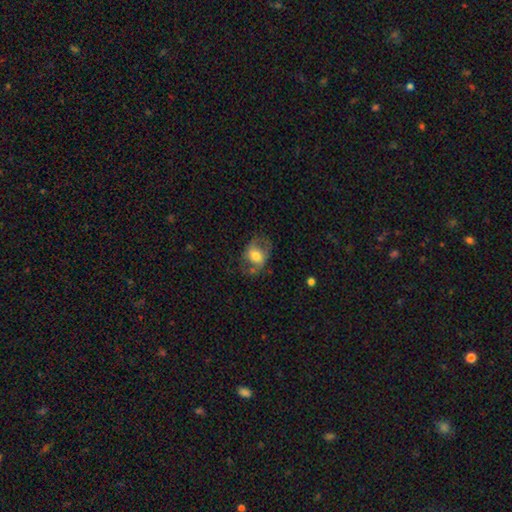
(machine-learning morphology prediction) Smooth or featured? smooth (49%)
Merging? none (60%)